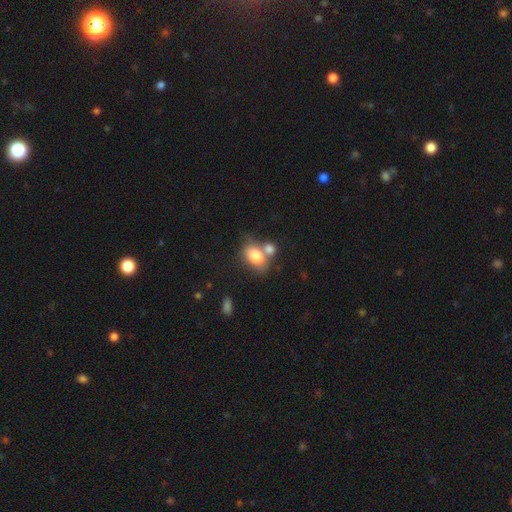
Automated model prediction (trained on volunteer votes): smooth 79%, featured or disk 13%, star or artifact 8%. Down the decision tree: how rounded — in between (80%); merging — merger (46%).